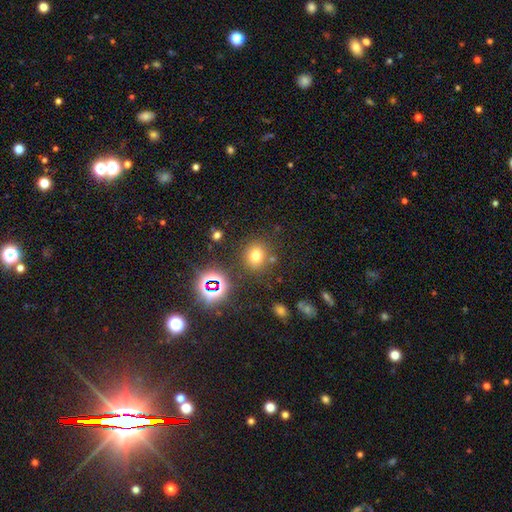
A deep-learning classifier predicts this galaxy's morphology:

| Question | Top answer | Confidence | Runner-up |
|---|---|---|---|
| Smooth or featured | smooth | 69% | star or artifact (22%) |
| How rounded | round | 80% | in between (19%) |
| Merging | none | 79% | minor disturbance (10%) |